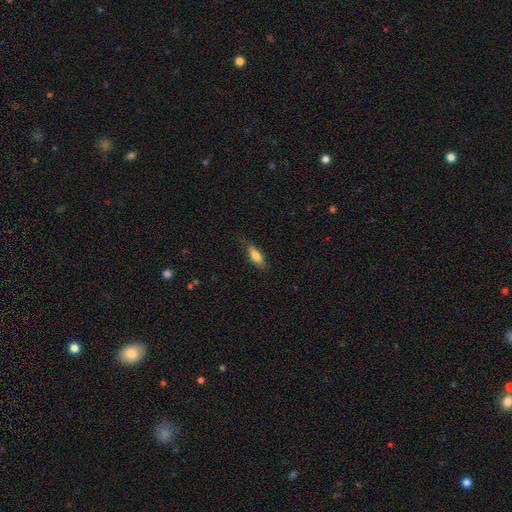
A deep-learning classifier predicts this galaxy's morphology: Smooth or featured? Predicted: smooth (p=0.76). How rounded? Predicted: in between (p=0.56). Merging? Predicted: none (p=0.77).